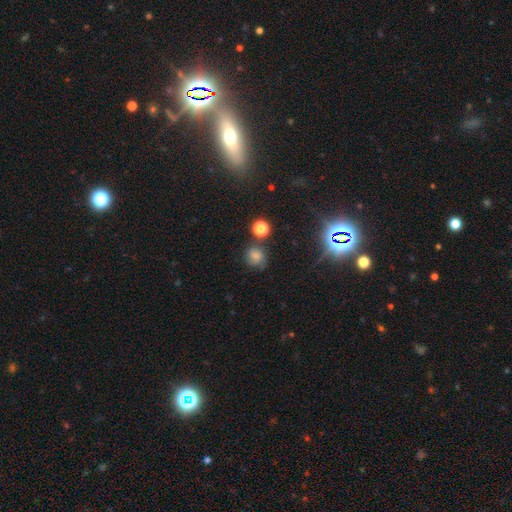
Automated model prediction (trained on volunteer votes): A smooth galaxy with no disk features (67%) that is round (79%). Merging: none (64%).